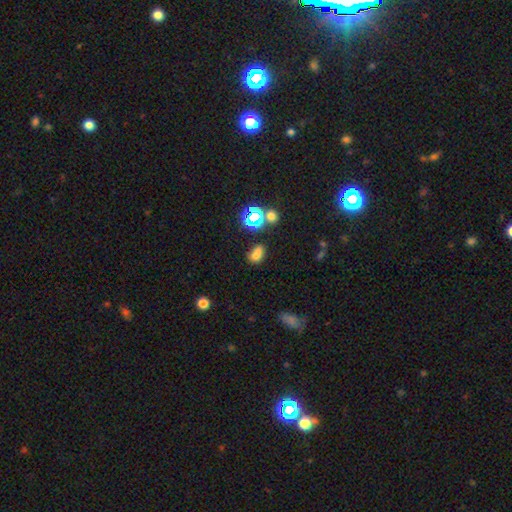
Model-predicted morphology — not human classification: Smooth or featured?
  - smooth: 64% *
  - star or artifact: 25%
  - featured or disk: 10%
How rounded?
  - in between: 68% *
  - round: 30%
  - cigar-shaped: 2%
Merging?
  - none: 52% *
  - merger: 25%
  - minor disturbance: 16%
  - major disturbance: 7%